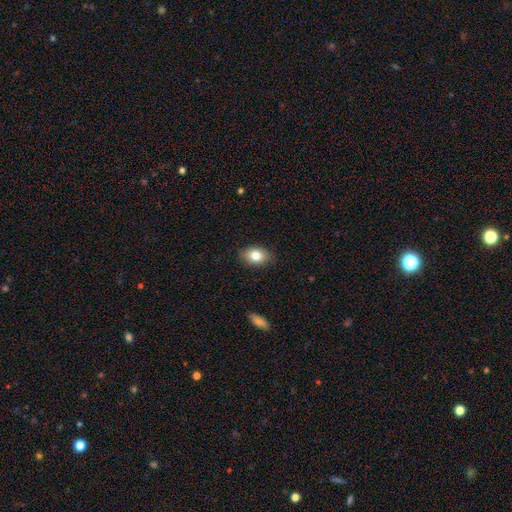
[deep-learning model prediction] This appears to be a smooth galaxy with no disk features (81%) that is in between round and cigar-shaped (81%). Merging: none (86%).